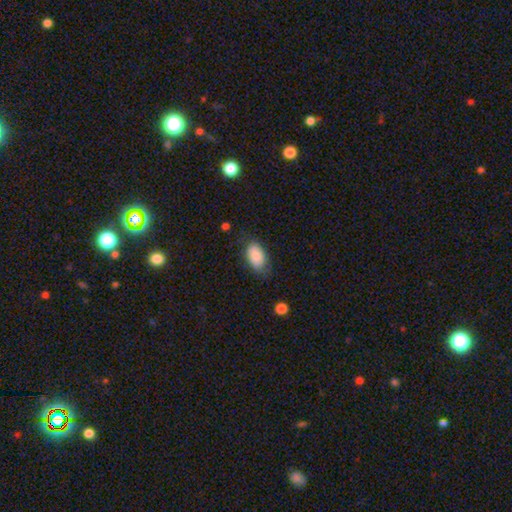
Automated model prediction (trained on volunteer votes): smooth-or-featured: smooth: 85% | featured or disk: 8% | star or artifact: 7%
  how-rounded: in between: 93% | round: 5% | cigar-shaped: 2%
  merging: none: 68% | minor disturbance: 23% | major disturbance: 7% | merger: 2%